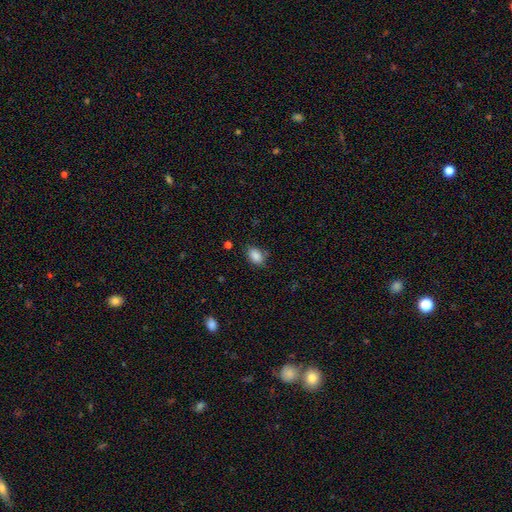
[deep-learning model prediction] Overall: smooth (87%). How rounded: in between (83%). Merging: none (76%).